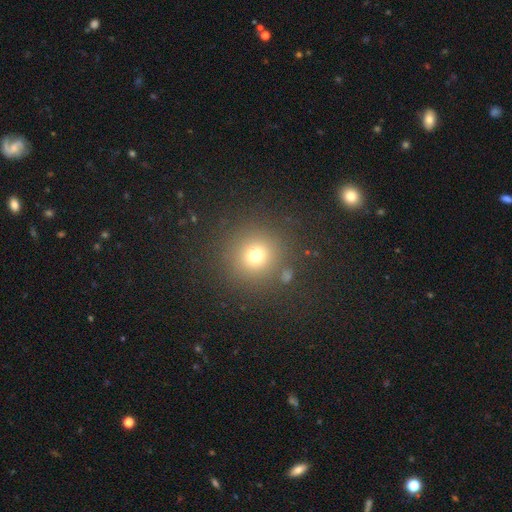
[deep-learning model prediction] The model was most divided on "smooth or featured": smooth: 71%, star or artifact: 19%, featured or disk: 10%. More confident: how rounded — round (94%); merging — none (85%).